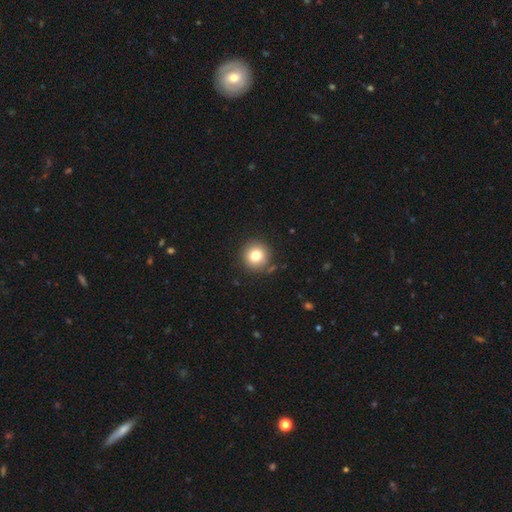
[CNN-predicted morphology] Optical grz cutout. It shows a smooth galaxy with no disk features (79%) that is round (94%). Merging: none (86%).